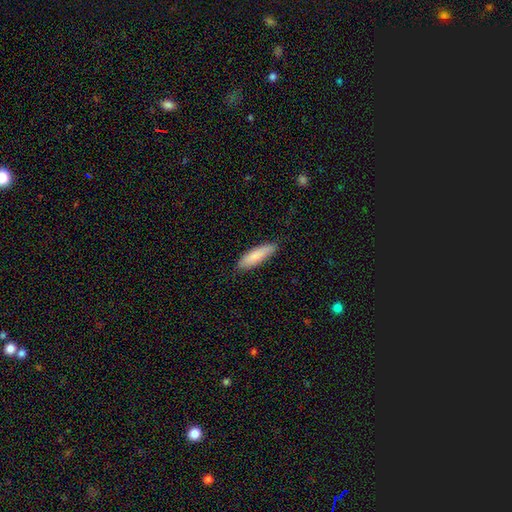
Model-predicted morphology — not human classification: Smooth or featured: smooth — 84% (featured or disk — 10%)
How rounded: cigar-shaped — 62% (in between — 37%)
Merging: none — 83% (minor disturbance — 14%)